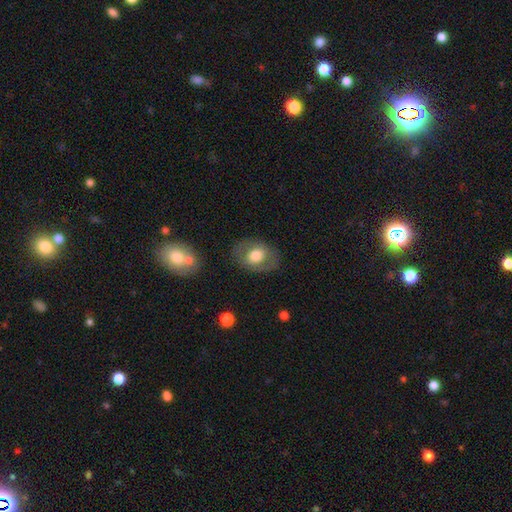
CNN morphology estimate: A smooth galaxy with no disk features (62%) that is in between round and cigar-shaped (68%). Merging: none (79%).